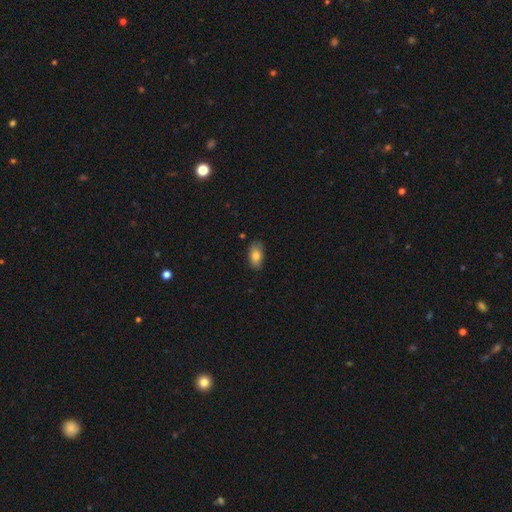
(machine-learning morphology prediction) A smooth galaxy with no disk features (81%) that is in between round and cigar-shaped (91%). Merging: none (80%).